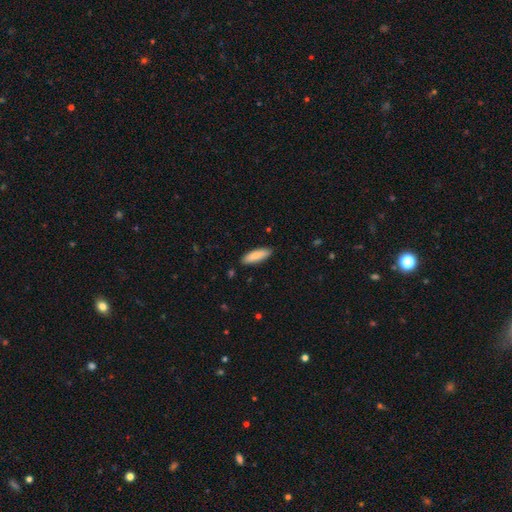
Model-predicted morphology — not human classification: Smooth or featured? smooth (88%)
How rounded? cigar-shaped (50%)
Merging? none (88%)